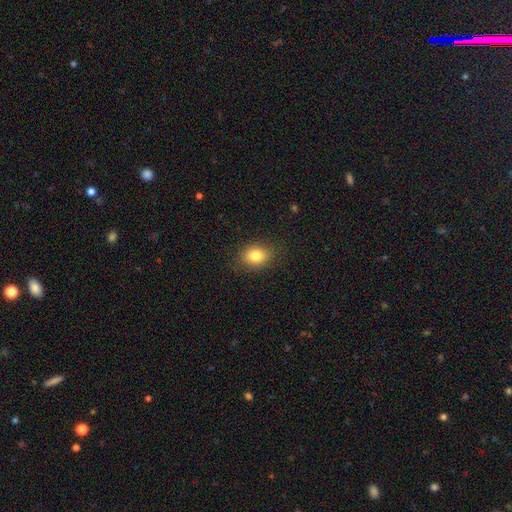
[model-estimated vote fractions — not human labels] This is clearly a smooth galaxy (82%). How rounded: possibly in between (57%). Merging: clearly none (85%).